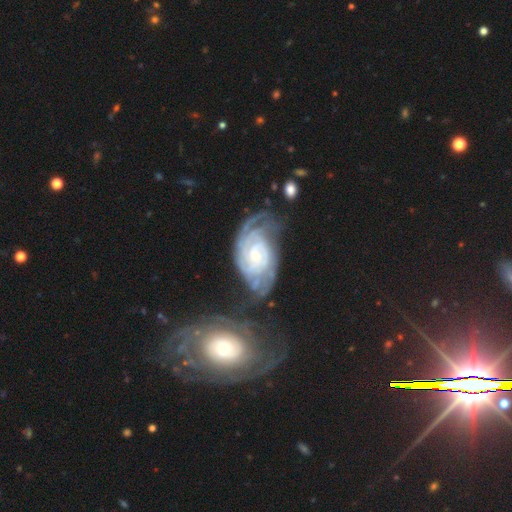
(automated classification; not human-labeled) A featured or disk galaxy (87%) with no bar (62%), tight (72%) spiral arms (97%) and a small central bulge (70%).

Vote fractions:
- Smooth or featured? featured or disk: 87% / smooth: 7% / star or artifact: 5%
- Edge-on disk? no: 96% / yes: 4%
- Bar? no: 62% / weak: 30% / strong: 8%
- Spiral arms? yes: 97% / no: 3%
- Spiral winding? tight: 72% / medium: 23% / loose: 6%
- Spiral arm count? can't tell: 33% / 2: 25% / 3: 17% / 4: 12% / more than 4: 7% / 1: 6%
- Bulge size? small: 70% / moderate: 23% / none: 3% / large: 3% / dominant: 1%
- Merging? none: 46% / minor disturbance: 22% / major disturbance: 16% / merger: 16%